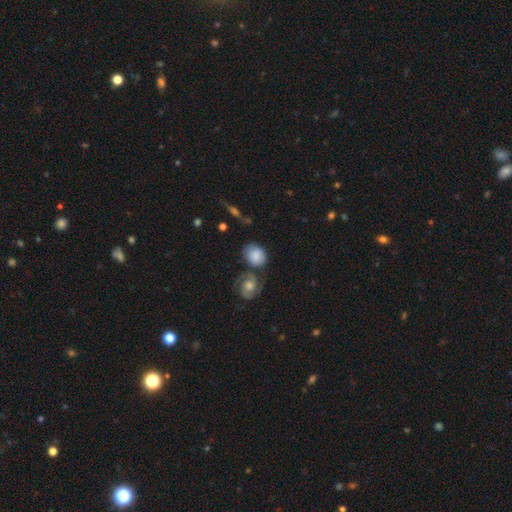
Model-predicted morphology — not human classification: smooth-or-featured: smooth: 67% | featured or disk: 25% | star or artifact: 8%
  how-rounded: round: 50% | in between: 48% | cigar-shaped: 1%
  merging: none: 55% | merger: 19% | minor disturbance: 19% | major disturbance: 8%